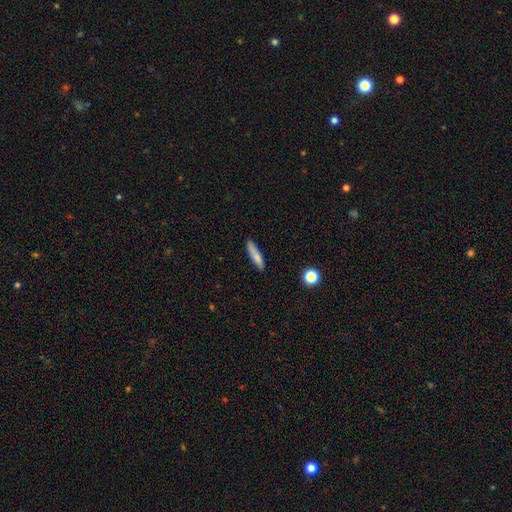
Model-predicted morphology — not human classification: Smooth or featured? smooth (79%)
How rounded? cigar-shaped (81%)
Merging? none (85%)